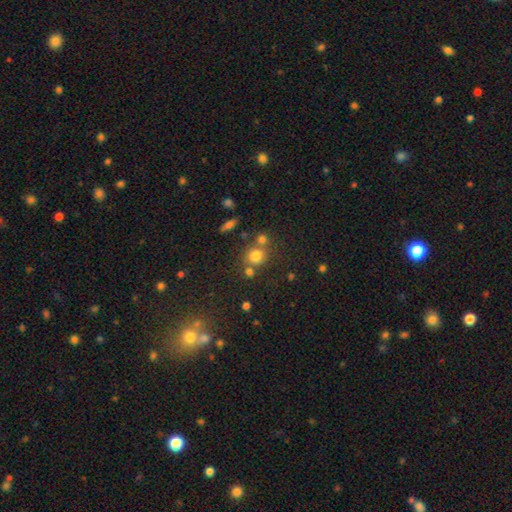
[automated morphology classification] Overall: smooth (75%). How rounded: round (84%). Merging: none (62%; merger 23%).